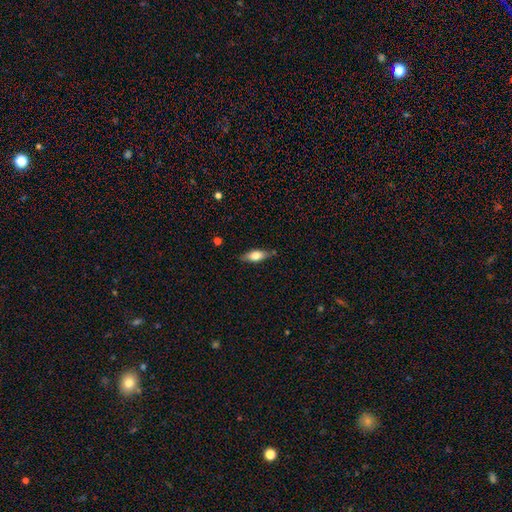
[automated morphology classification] Q: Smooth or featured?
A: smooth (66%); runner-up: featured or disk (27%)
Q: How rounded?
A: in between (69%); runner-up: cigar-shaped (28%)
Q: Merging?
A: none (78%); runner-up: minor disturbance (16%)